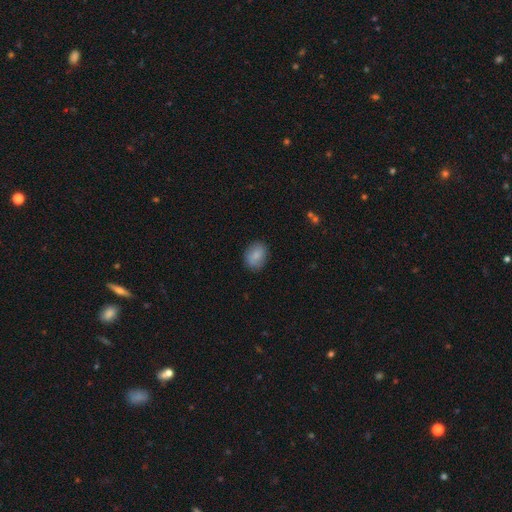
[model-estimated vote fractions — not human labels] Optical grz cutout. It shows a smooth galaxy with no disk features (84%) that is in between round and cigar-shaped (61%). Merging: none (85%).